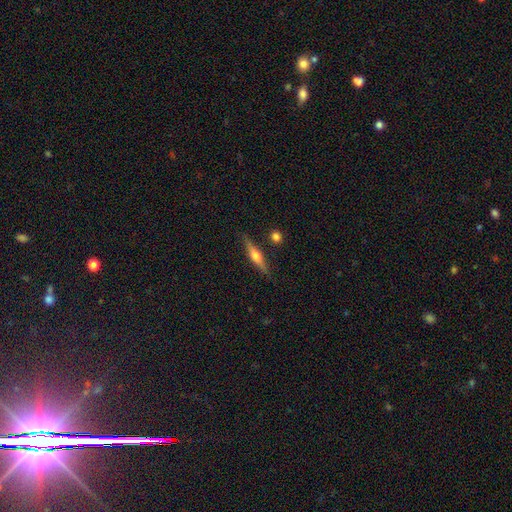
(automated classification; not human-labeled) A featured or disk galaxy (56%) viewed edge-on (95%) with a rounded central bulge (87%).

Vote fractions:
- Smooth or featured? featured or disk: 56% / smooth: 37% / star or artifact: 6%
- Edge-on disk? yes: 95% / no: 5%
- Edge-on bulge? rounded: 87% / boxy: 7% / none: 6%
- Merging? none: 83% / minor disturbance: 11% / merger: 4% / major disturbance: 2%